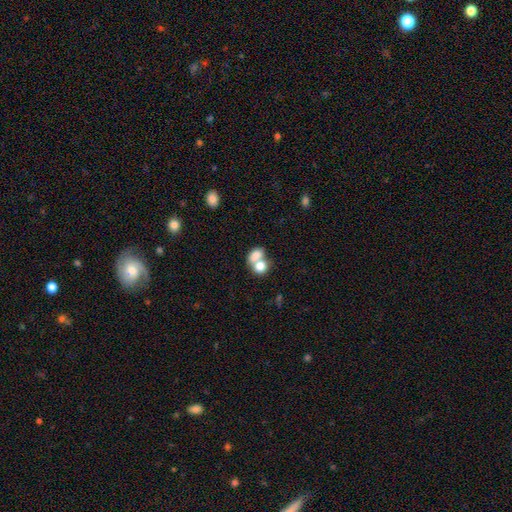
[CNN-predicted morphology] A smooth galaxy with no disk features (77%) that is in between round and cigar-shaped (65%).

Vote fractions:
- Smooth or featured? smooth: 77% / featured or disk: 14% / star or artifact: 9%
- How rounded? in between: 65% / round: 33% / cigar-shaped: 2%
- Merging? merger: 65% / none: 24% / minor disturbance: 7% / major disturbance: 4%